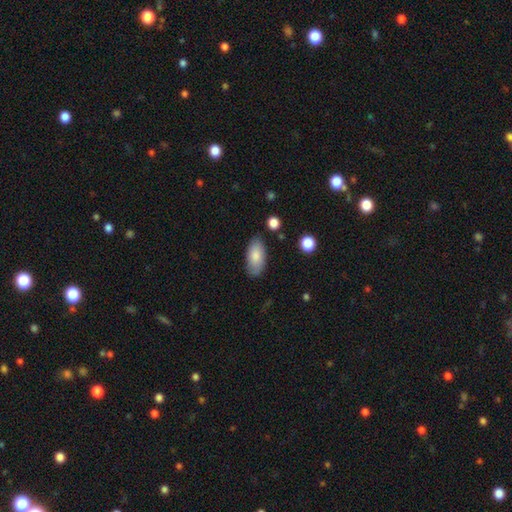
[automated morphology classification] A smooth galaxy with no disk features (82%) that is in between round and cigar-shaped (92%).

Vote fractions:
- Smooth or featured? smooth: 82% / featured or disk: 12% / star or artifact: 6%
- How rounded? in between: 92% / cigar-shaped: 5% / round: 3%
- Merging? none: 80% / minor disturbance: 15% / major disturbance: 3% / merger: 2%